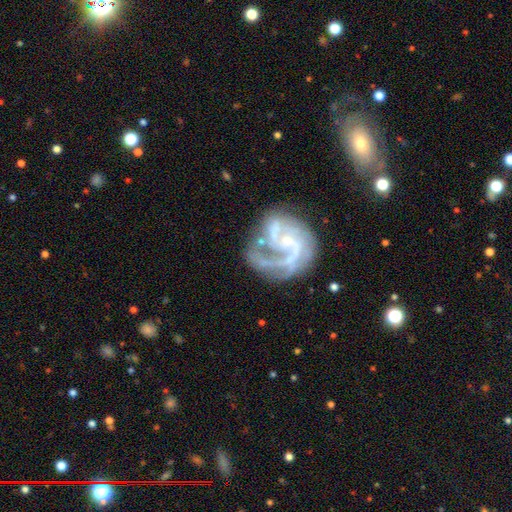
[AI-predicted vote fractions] Overall: featured or disk (88%). Edge-on disk: no (98%). Bar: no (57%; weak 33%). Spiral arms: yes (95%). Spiral arm count: 2 (36%; 3 26%). Spiral winding: medium (49%; tight 33%). Bulge size: small (78%). Merging: none (52%; major disturbance 23%).